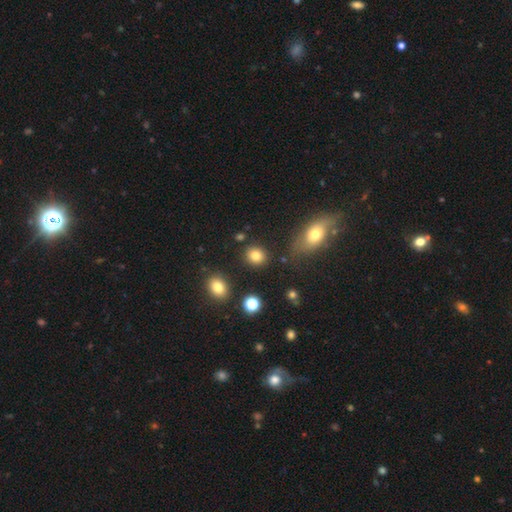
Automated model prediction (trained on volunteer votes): smooth-or-featured: smooth: 82% | star or artifact: 11% | featured or disk: 7%
  how-rounded: round: 75% | in between: 23% | cigar-shaped: 1%
  merging: none: 84% | minor disturbance: 8% | merger: 4% | major disturbance: 3%